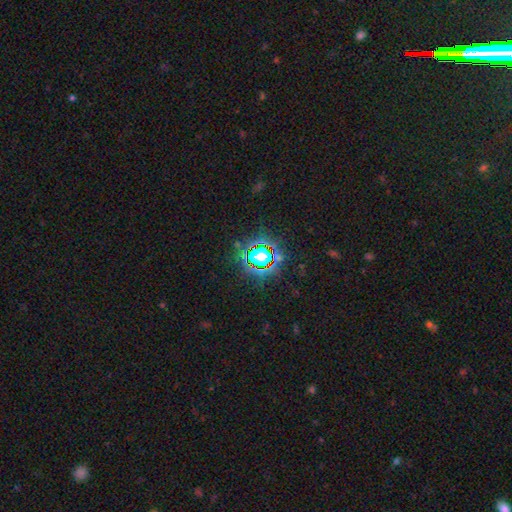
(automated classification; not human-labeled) The model was most divided on "smooth or featured": star or artifact: 82%, smooth: 11%, featured or disk: 7%.